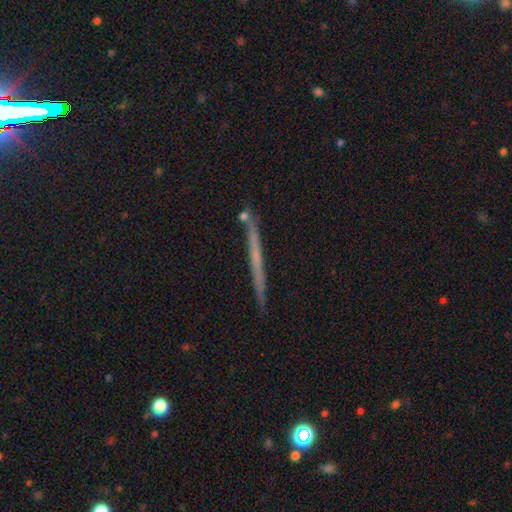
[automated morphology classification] Overall: featured or disk (55%; smooth 37%). Edge-on disk: yes (97%). Edge-on bulge: none (88%). Merging: none (89%).